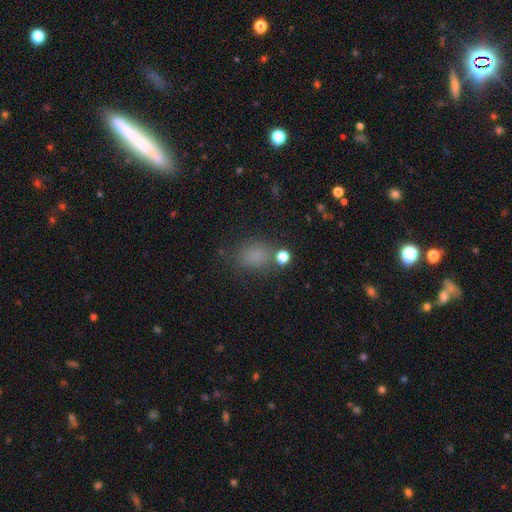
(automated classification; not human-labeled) smooth-or-featured: smooth: 74% | star or artifact: 20% | featured or disk: 7%
  how-rounded: in between: 61% | round: 37% | cigar-shaped: 2%
  merging: none: 70% | minor disturbance: 16% | major disturbance: 7% | merger: 7%